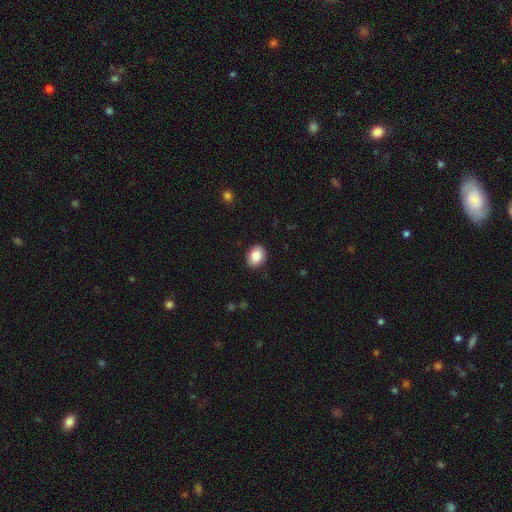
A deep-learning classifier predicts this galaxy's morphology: smooth_or_featured: smooth (p=0.87) [alt: star or artifact p=0.08]
how_rounded: in between (p=0.60) [alt: round p=0.39]
merging: none (p=0.89) [alt: minor disturbance p=0.08]